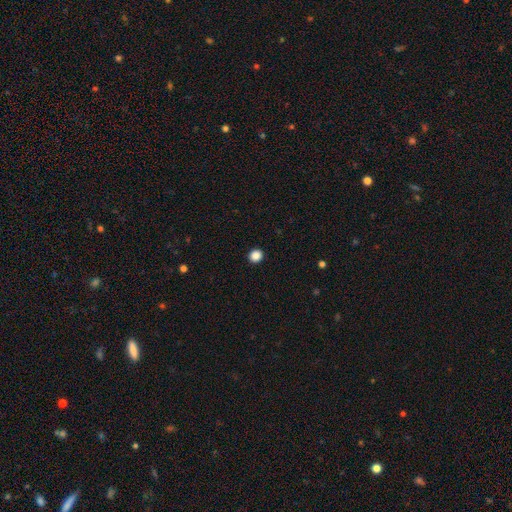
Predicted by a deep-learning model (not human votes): Smooth or featured? smooth (87%)
How rounded? round (87%)
Merging? none (93%)